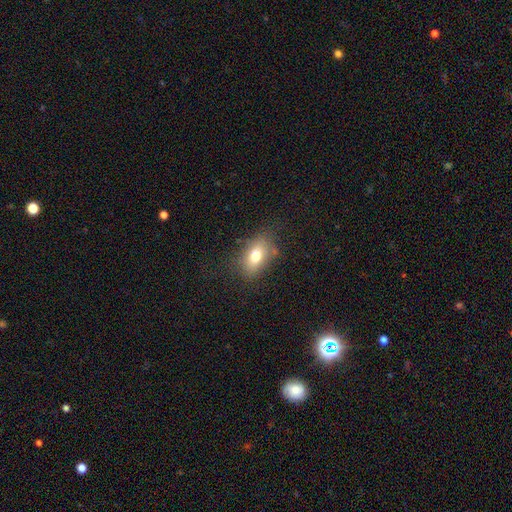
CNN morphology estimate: Q: Smooth or featured?
A: smooth (74%); runner-up: featured or disk (15%)
Q: How rounded?
A: in between (82%); runner-up: round (15%)
Q: Merging?
A: none (74%); runner-up: minor disturbance (17%)